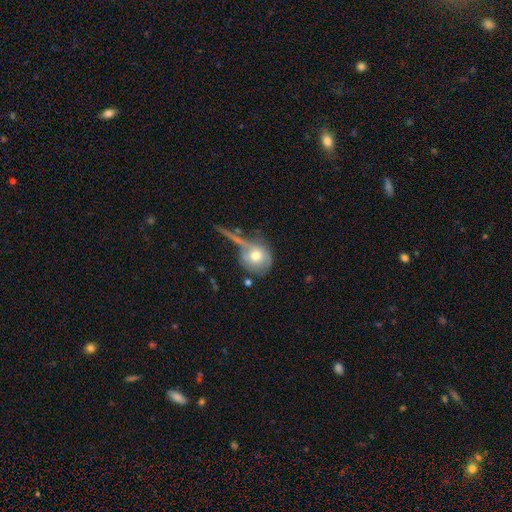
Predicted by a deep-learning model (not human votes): Smooth or featured? smooth (65%)
How rounded? round (82%)
Merging? none (42%)